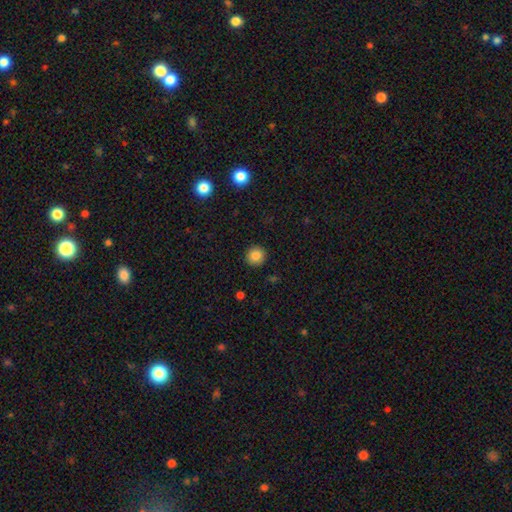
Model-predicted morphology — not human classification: A smooth galaxy with no disk features (84%) that is round (93%). Merging: none (91%).